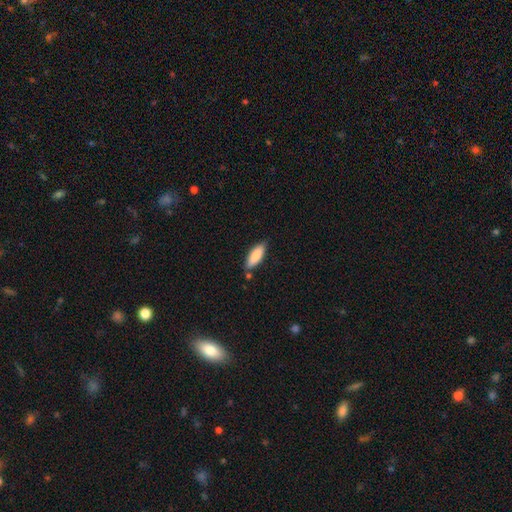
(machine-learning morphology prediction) This is clearly a smooth galaxy (83%). How rounded: possibly in between (59%). Merging: likely none (77%).